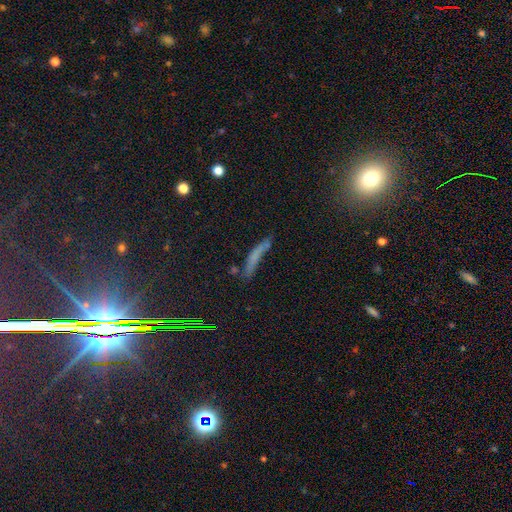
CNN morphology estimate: Smooth or featured? Predicted: smooth (p=0.58). How rounded? Predicted: cigar-shaped (p=0.89). Merging? Predicted: none (p=0.54).